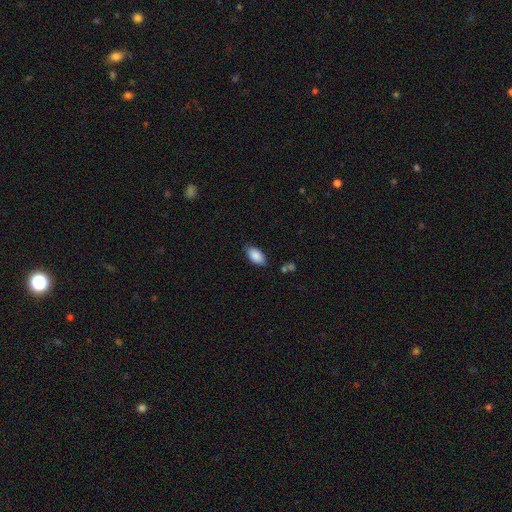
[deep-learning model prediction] Smooth or featured? smooth (89%)
How rounded? in between (94%)
Merging? none (81%)